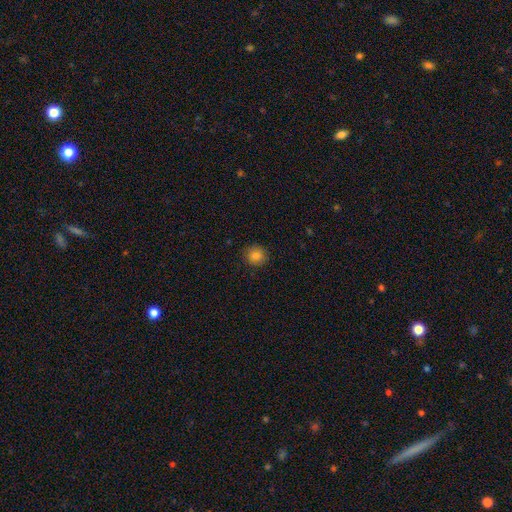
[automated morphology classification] Smooth or featured? Predicted: smooth (p=0.83). How rounded? Predicted: round (p=0.89). Merging? Predicted: none (p=0.90).